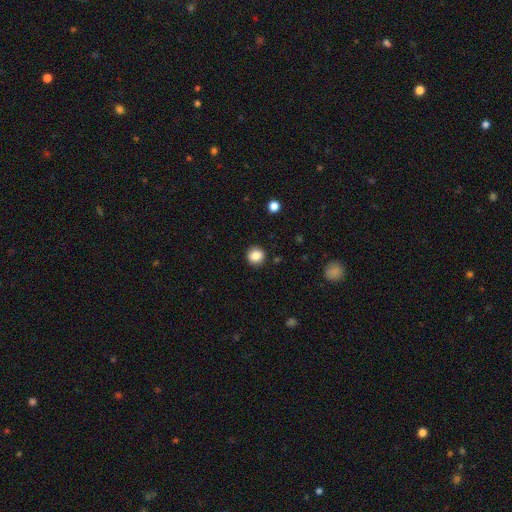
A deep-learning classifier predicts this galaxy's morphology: A smooth galaxy with no disk features (86%) that is round (91%). Merging: none (91%).